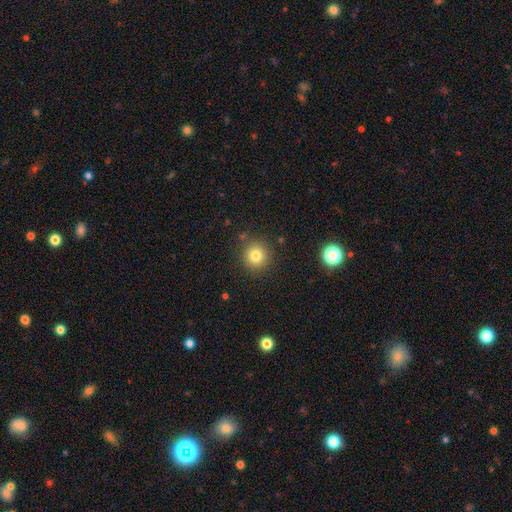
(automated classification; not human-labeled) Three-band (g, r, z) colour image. It shows a smooth galaxy with no disk features (80%) that is round (93%). Merging: none (86%).